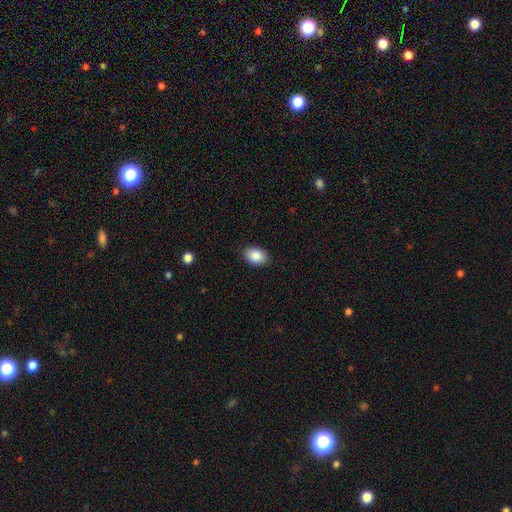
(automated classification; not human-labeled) This is clearly a smooth galaxy (87%). How rounded: clearly in between (87%). Merging: clearly none (88%).